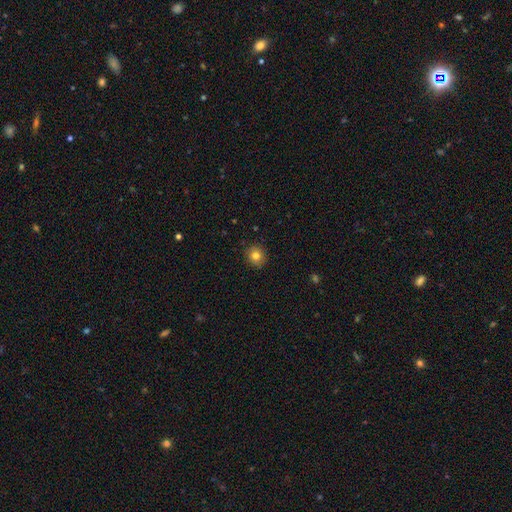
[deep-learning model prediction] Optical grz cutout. It shows a smooth galaxy with no disk features (81%) that is round (87%). Merging: none (90%).